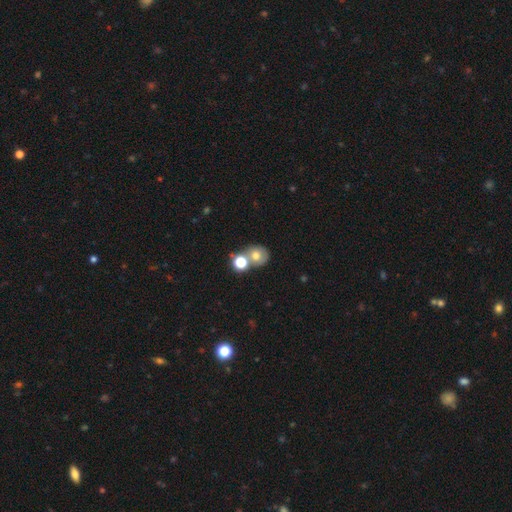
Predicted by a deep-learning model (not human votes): Smooth or featured: smooth — 70% (featured or disk — 16%)
How rounded: round — 75% (in between — 24%)
Merging: none — 46% (merger — 40%)